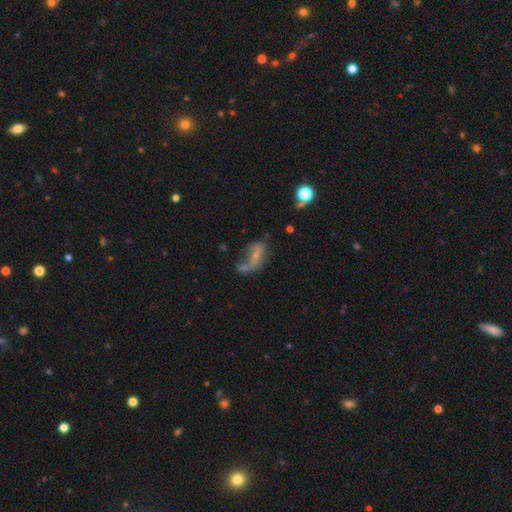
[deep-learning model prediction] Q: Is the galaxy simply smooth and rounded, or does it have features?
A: featured or disk — 47%.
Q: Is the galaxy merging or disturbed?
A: major disturbance — 35%.